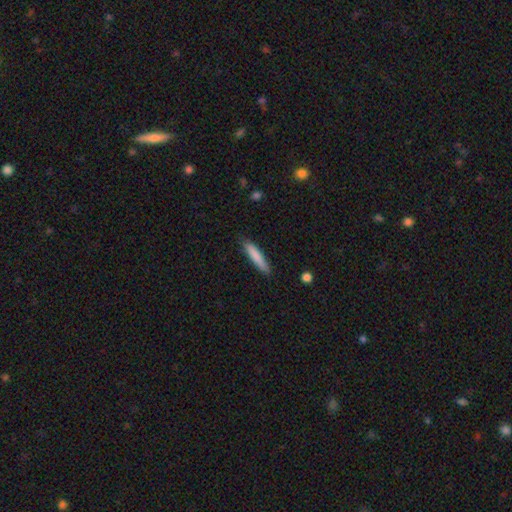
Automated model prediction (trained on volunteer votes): A smooth galaxy with no disk features (80%) that is cigar-shaped (89%).

Vote fractions:
- Smooth or featured? smooth: 80% / featured or disk: 14% / star or artifact: 6%
- How rounded? cigar-shaped: 89% / in between: 9% / round: 1%
- Merging? none: 84% / minor disturbance: 12% / major disturbance: 2% / merger: 1%